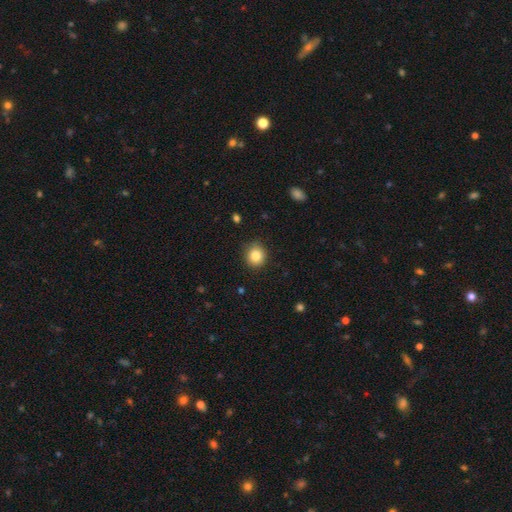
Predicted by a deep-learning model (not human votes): smooth-or-featured: smooth: 85% | star or artifact: 10% | featured or disk: 5%
  how-rounded: round: 81% | in between: 18% | cigar-shaped: 1%
  merging: none: 86% | minor disturbance: 10% | major disturbance: 2% | merger: 1%